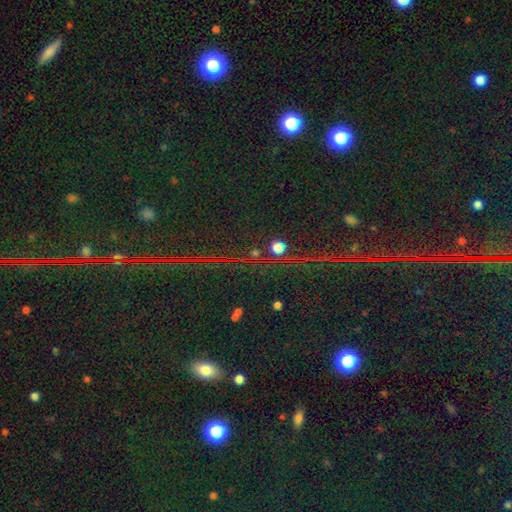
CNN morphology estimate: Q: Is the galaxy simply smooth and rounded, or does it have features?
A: star or artifact — 78%.